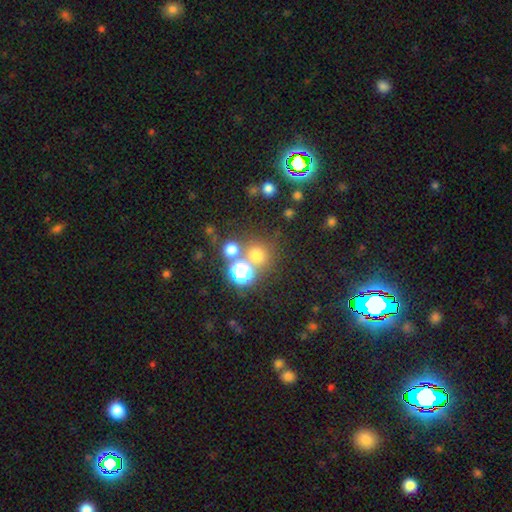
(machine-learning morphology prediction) Smooth or featured?
  - smooth: 66% *
  - star or artifact: 26%
  - featured or disk: 9%
How rounded?
  - round: 89% *
  - in between: 10%
  - cigar-shaped: 1%
Merging?
  - none: 64% *
  - merger: 23%
  - minor disturbance: 8%
  - major disturbance: 5%